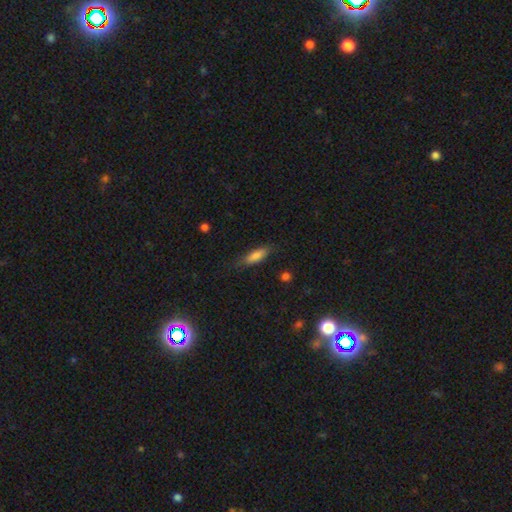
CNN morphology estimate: Smooth or featured: smooth — 79% (featured or disk — 14%)
How rounded: in between — 54% (cigar-shaped — 44%)
Merging: none — 76% (minor disturbance — 18%)